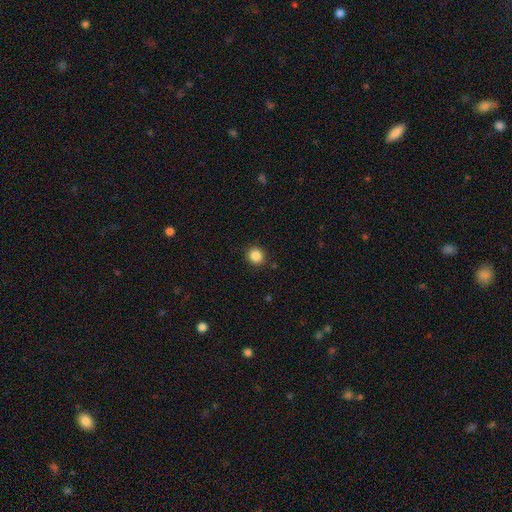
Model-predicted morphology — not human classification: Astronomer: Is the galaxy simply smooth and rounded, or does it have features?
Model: smooth — 86%.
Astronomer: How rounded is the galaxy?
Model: round — 90%.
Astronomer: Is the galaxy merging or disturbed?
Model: none — 90%.